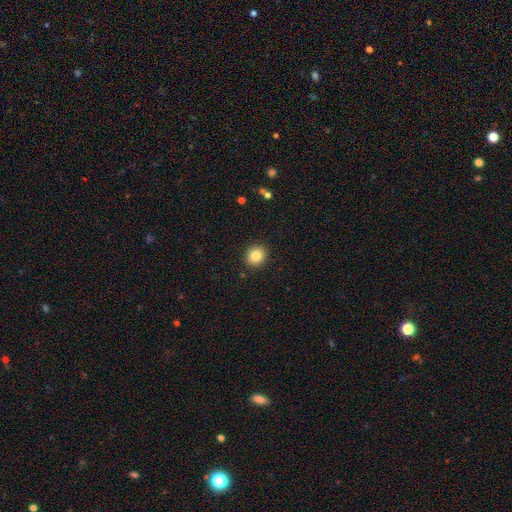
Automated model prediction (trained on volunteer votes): Overall: smooth (83%). How rounded: round (85%). Merging: none (91%).